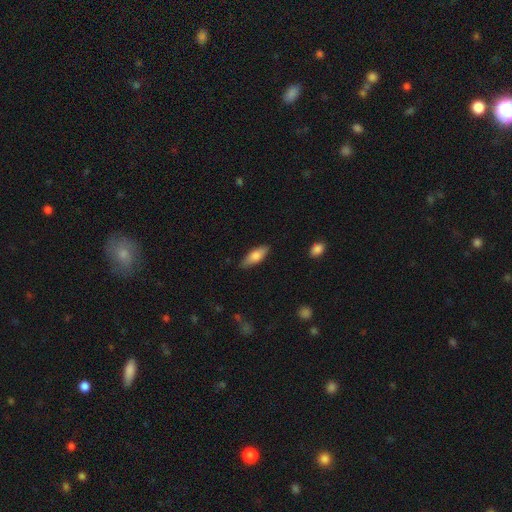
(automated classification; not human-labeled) The model was most divided on "how rounded": in between: 66%, cigar-shaped: 32%, round: 2%. More confident: merging — none (85%); smooth or featured — smooth (77%).